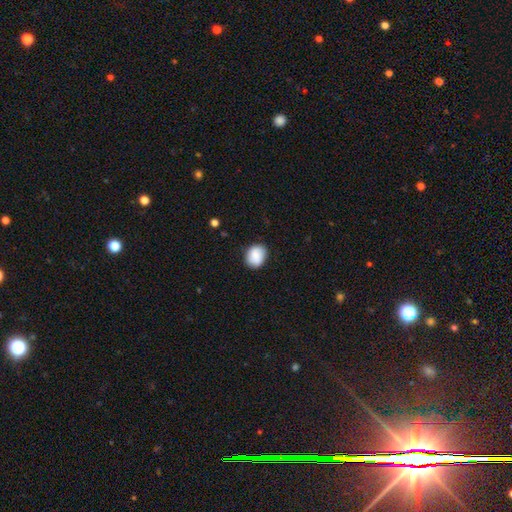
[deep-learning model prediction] Smooth or featured: smooth — 85% (featured or disk — 8%)
How rounded: round — 56% (in between — 43%)
Merging: none — 81% (minor disturbance — 15%)